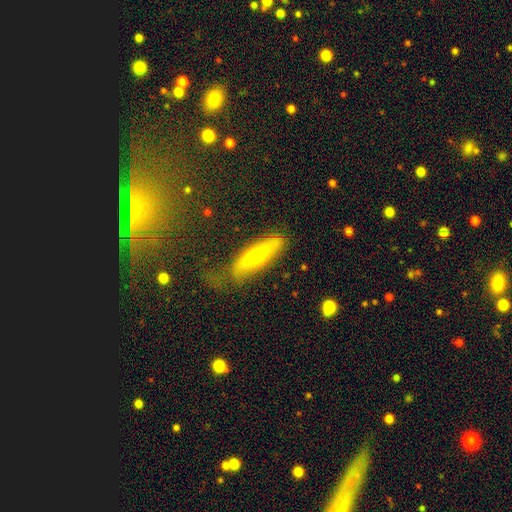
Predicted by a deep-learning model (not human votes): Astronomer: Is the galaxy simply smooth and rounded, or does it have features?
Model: smooth — 54% (runner-up: featured or disk, 39%).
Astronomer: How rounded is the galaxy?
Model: cigar-shaped — 64%.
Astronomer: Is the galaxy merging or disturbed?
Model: none — 59%.